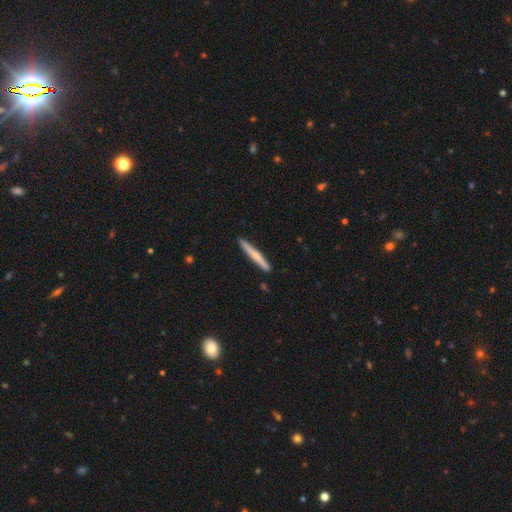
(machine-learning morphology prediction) Q: Smooth or featured?
A: featured or disk (50%); runner-up: smooth (45%)
Q: Merging?
A: none (90%); runner-up: minor disturbance (7%)